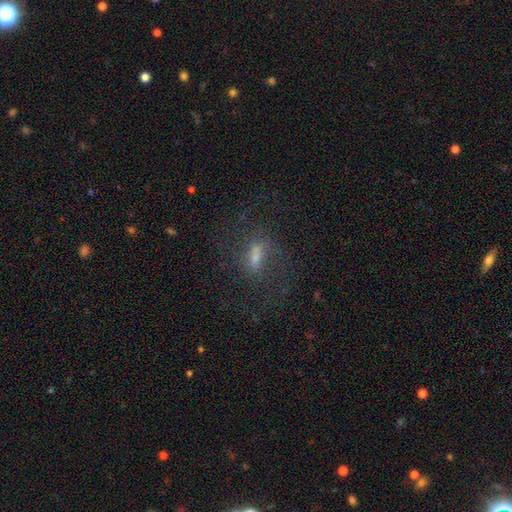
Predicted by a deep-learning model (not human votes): smooth_or_featured: featured or disk (p=0.47) [alt: smooth p=0.34]
merging: none (p=0.56) [alt: major disturbance p=0.22]